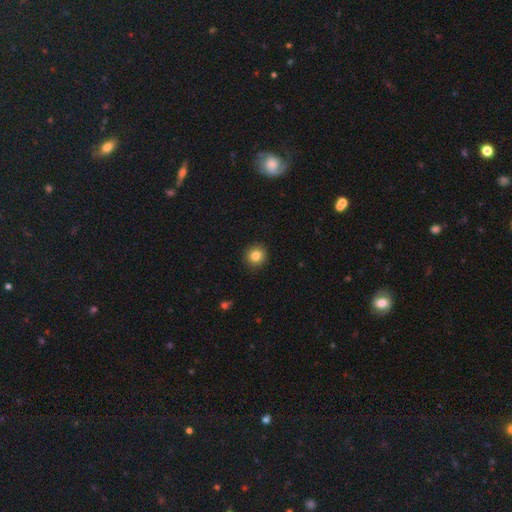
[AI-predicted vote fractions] A smooth galaxy with no disk features (83%) that is round (92%).

Vote fractions:
- Smooth or featured? smooth: 83% / star or artifact: 10% / featured or disk: 7%
- How rounded? round: 92% / in between: 7% / cigar-shaped: 1%
- Merging? none: 92% / minor disturbance: 6% / major disturbance: 2% / merger: 1%